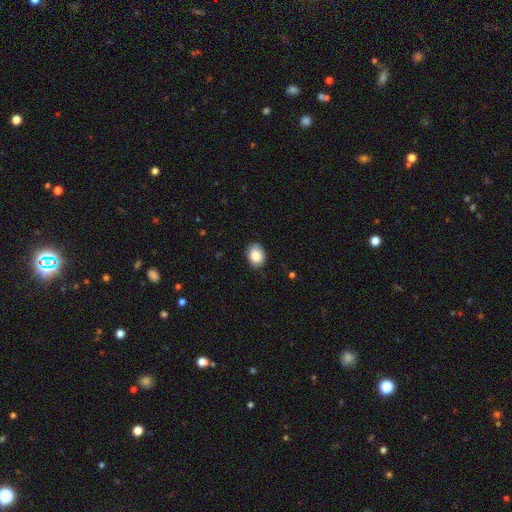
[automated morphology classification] Overall: smooth (85%). How rounded: in between (63%; round 36%). Merging: none (82%).